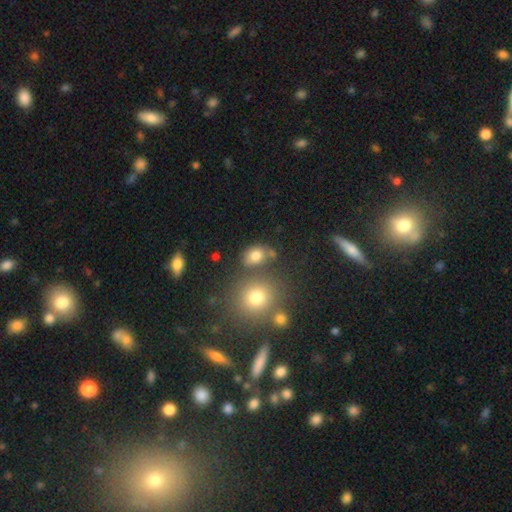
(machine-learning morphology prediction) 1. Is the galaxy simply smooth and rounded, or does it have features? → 75% smooth, 15% star or artifact, 10% featured or disk.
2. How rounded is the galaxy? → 56% in between, 42% round, 2% cigar-shaped.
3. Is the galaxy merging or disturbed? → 62% none, 17% merger, 15% minor disturbance, 6% major disturbance.